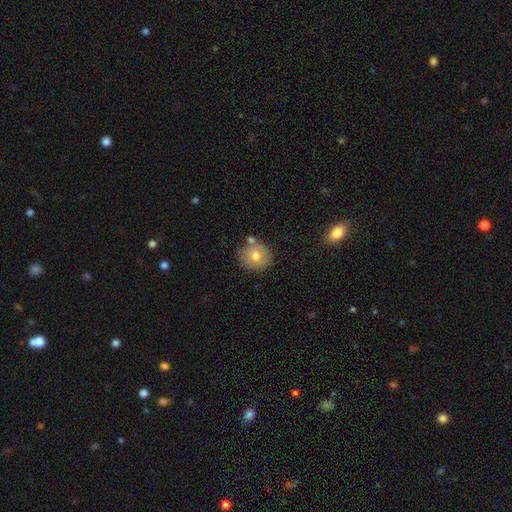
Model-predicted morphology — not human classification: Smooth or featured? smooth (73%)
How rounded? round (85%)
Merging? none (70%)